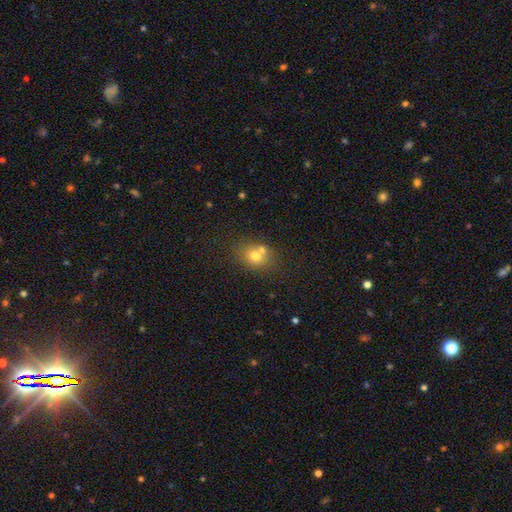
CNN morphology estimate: A smooth galaxy with no disk features (70%) that is round (54%).

Vote fractions:
- Smooth or featured? smooth: 70% / featured or disk: 16% / star or artifact: 14%
- How rounded? round: 54% / in between: 45% / cigar-shaped: 1%
- Merging? none: 51% / merger: 33% / minor disturbance: 11% / major disturbance: 4%